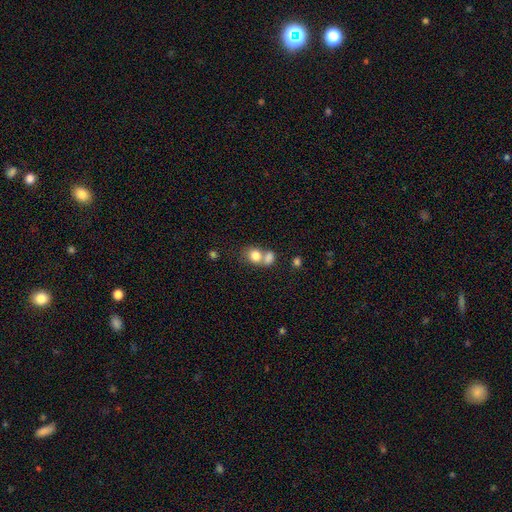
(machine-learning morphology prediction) Q: Smooth or featured?
A: smooth (80%); runner-up: featured or disk (10%)
Q: How rounded?
A: round (59%); runner-up: in between (40%)
Q: Merging?
A: merger (55%); runner-up: none (32%)